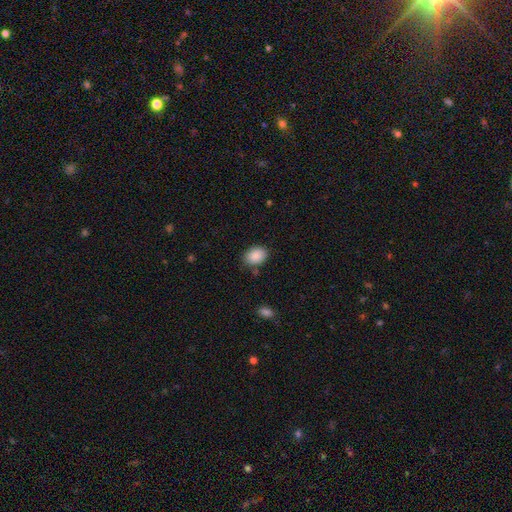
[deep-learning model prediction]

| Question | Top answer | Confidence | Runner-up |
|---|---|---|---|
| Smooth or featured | smooth | 88% | star or artifact (7%) |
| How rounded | in between | 71% | round (28%) |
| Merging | none | 81% | minor disturbance (13%) |